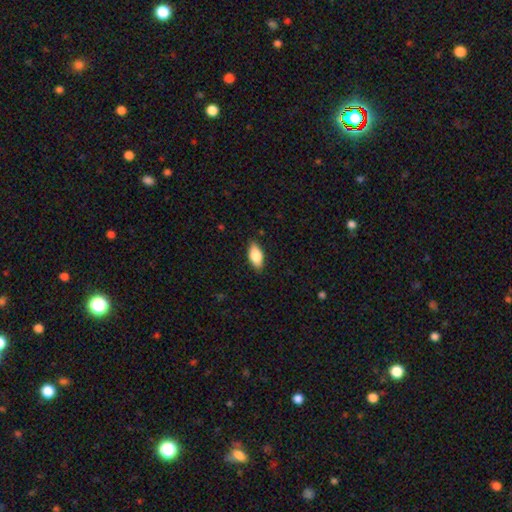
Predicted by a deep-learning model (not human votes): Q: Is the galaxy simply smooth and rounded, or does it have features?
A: smooth — 80%.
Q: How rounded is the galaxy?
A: in between — 87%.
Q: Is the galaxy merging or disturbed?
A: none — 86%.